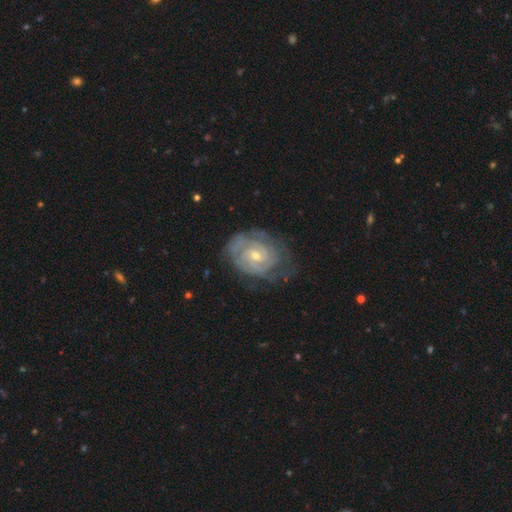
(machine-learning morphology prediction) Smooth or featured? Predicted: featured or disk (p=0.86). Edge-on disk? Predicted: no (p=0.97). Bar? Predicted: no (p=0.59). Spiral arms? Predicted: yes (p=0.96). Spiral winding? Predicted: tight (p=0.77). Spiral arm count? Predicted: 2 (p=0.36). Bulge size? Predicted: small (p=0.58). Merging? Predicted: none (p=0.69).